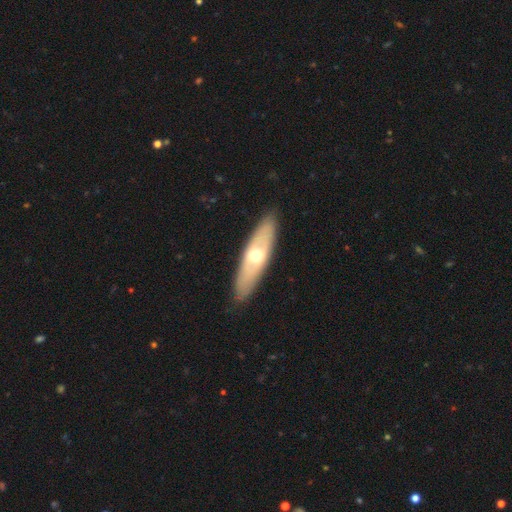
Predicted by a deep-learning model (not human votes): A featured or disk galaxy (51%).

Vote fractions:
- Smooth or featured? featured or disk: 51% / smooth: 44% / star or artifact: 5%
- Edge-on disk? no: 57% / yes: 43%
- Merging? none: 87% / minor disturbance: 10% / major disturbance: 2% / merger: 1%